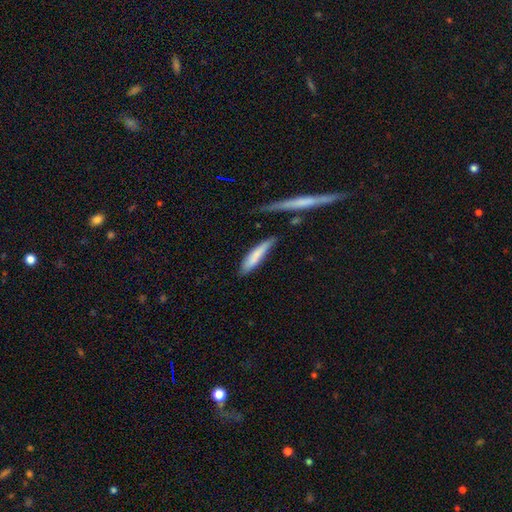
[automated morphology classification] Smooth or featured: smooth — 76% (featured or disk — 18%)
How rounded: cigar-shaped — 83% (in between — 16%)
Merging: none — 62% (minor disturbance — 26%)